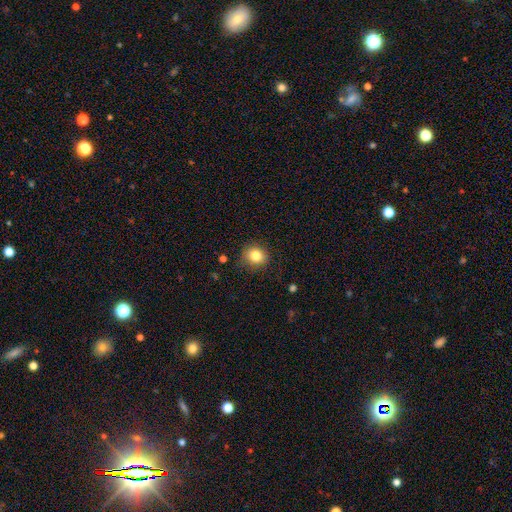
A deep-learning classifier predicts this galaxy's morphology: Smooth or featured? smooth (82%)
How rounded? round (83%)
Merging? none (86%)